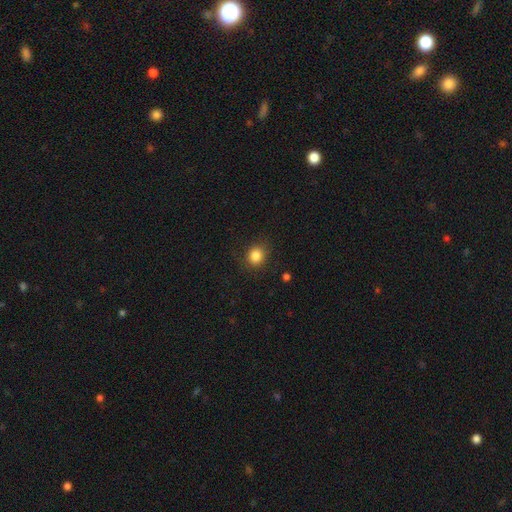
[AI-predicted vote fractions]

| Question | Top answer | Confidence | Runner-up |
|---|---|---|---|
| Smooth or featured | smooth | 85% | star or artifact (11%) |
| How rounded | round | 80% | in between (19%) |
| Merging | none | 86% | minor disturbance (10%) |